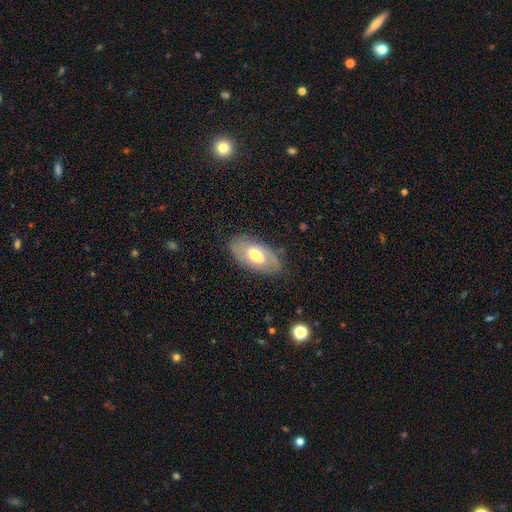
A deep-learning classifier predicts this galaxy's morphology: Q: Smooth or featured?
A: smooth (47%); runner-up: featured or disk (46%)
Q: Merging?
A: none (79%); runner-up: minor disturbance (16%)